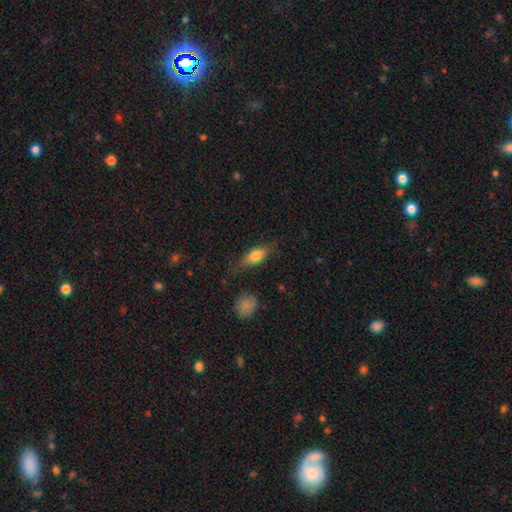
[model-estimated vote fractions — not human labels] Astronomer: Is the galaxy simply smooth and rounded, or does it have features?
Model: smooth — 68%.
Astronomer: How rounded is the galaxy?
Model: in between — 73%.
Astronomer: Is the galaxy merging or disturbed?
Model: none — 71%.